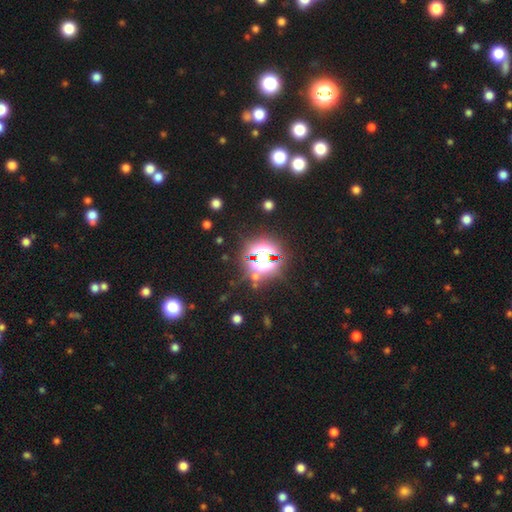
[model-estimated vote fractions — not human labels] Smooth or featured?
  - star or artifact: 76% *
  - smooth: 16%
  - featured or disk: 8%